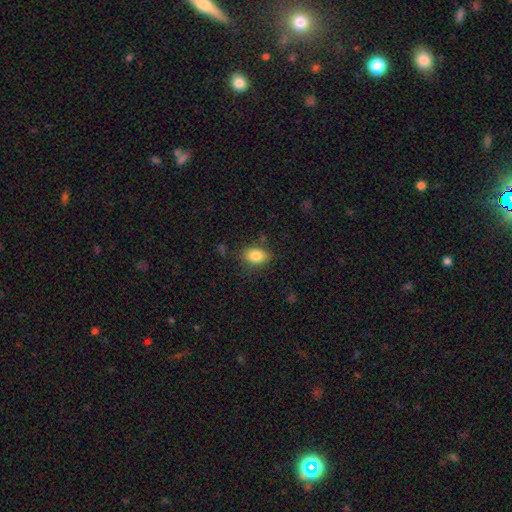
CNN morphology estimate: This is clearly a smooth galaxy (84%). How rounded: likely in between (76%). Merging: clearly none (80%).